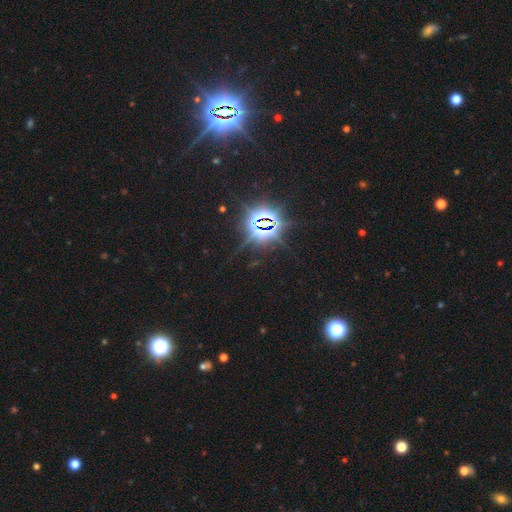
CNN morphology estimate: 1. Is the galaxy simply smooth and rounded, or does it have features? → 84% star or artifact, 9% smooth, 7% featured or disk.